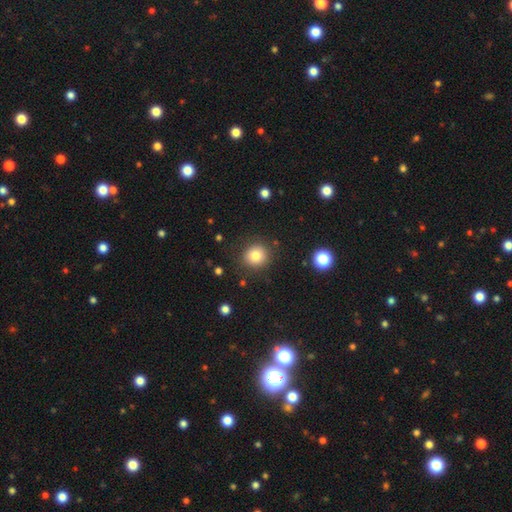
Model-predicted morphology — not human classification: Smooth or featured?
  - smooth: 80% *
  - star or artifact: 12%
  - featured or disk: 8%
How rounded?
  - round: 89% *
  - in between: 10%
  - cigar-shaped: 1%
Merging?
  - none: 86% *
  - minor disturbance: 9%
  - major disturbance: 3%
  - merger: 2%